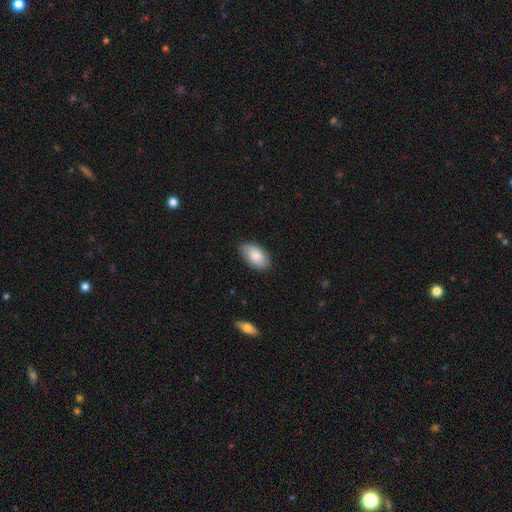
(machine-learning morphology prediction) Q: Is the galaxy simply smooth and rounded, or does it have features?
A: smooth — 84%.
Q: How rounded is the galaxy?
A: in between — 94%.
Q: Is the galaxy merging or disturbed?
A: none — 78%.